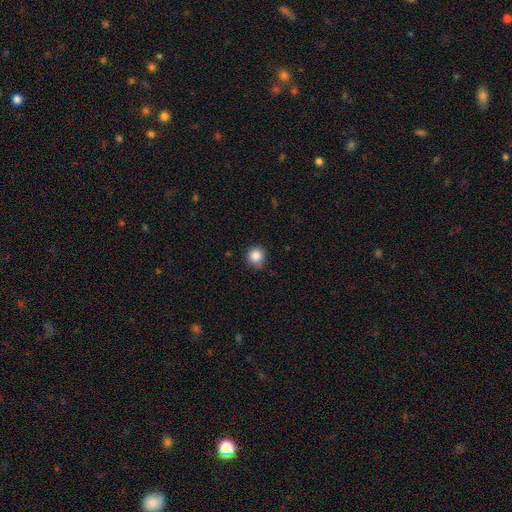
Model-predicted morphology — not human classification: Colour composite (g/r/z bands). It shows a smooth galaxy with no disk features (85%) that is round (92%). Merging: none (81%).